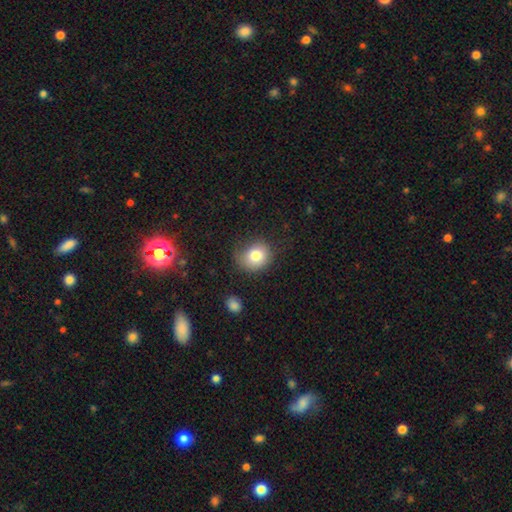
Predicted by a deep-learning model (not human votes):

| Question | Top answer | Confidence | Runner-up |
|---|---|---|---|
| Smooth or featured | smooth | 80% | featured or disk (10%) |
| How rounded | round | 68% | in between (31%) |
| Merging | none | 68% | minor disturbance (22%) |